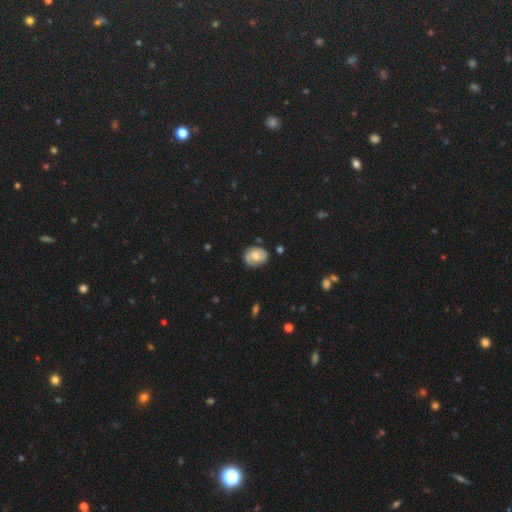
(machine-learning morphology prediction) A featured or disk galaxy (51%). Merging: none (69%).